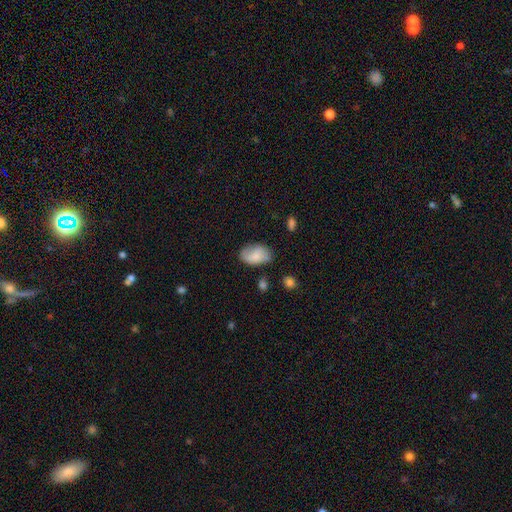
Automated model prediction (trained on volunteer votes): The model was most divided on "merging": none: 64%, minor disturbance: 26%, major disturbance: 7%, merger: 3%. More confident: how rounded — in between (91%); smooth or featured — smooth (76%).